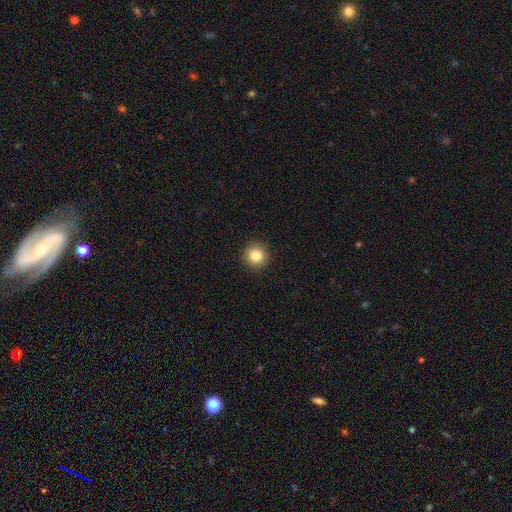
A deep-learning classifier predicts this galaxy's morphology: A smooth galaxy with no disk features (84%) that is round (94%).

Vote fractions:
- Smooth or featured? smooth: 84% / star or artifact: 10% / featured or disk: 6%
- How rounded? round: 94% / in between: 5% / cigar-shaped: 1%
- Merging? none: 92% / minor disturbance: 5% / major disturbance: 2% / merger: 1%